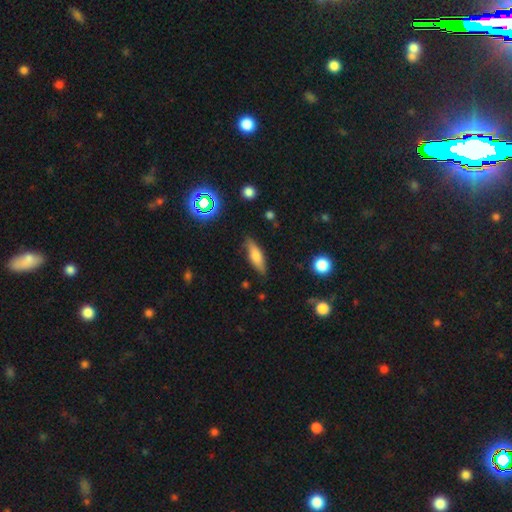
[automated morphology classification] Smooth or featured? Predicted: smooth (p=0.66). How rounded? Predicted: in between (p=0.49, tied with cigar-shaped). Merging? Predicted: none (p=0.81).